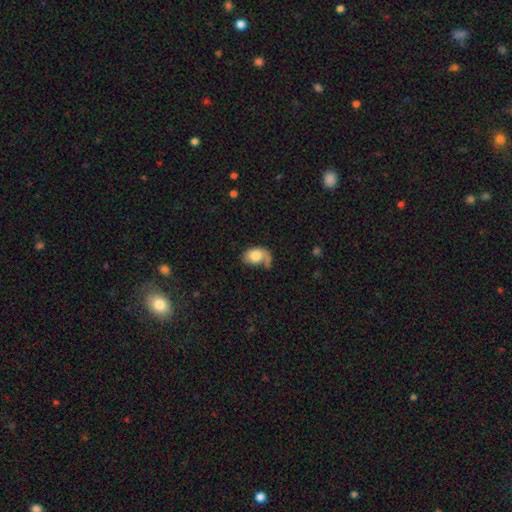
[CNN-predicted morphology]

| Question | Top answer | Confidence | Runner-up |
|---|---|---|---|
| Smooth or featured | smooth | 67% | featured or disk (26%) |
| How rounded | in between | 79% | round (20%) |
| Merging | none | 37% | major disturbance (26%) |